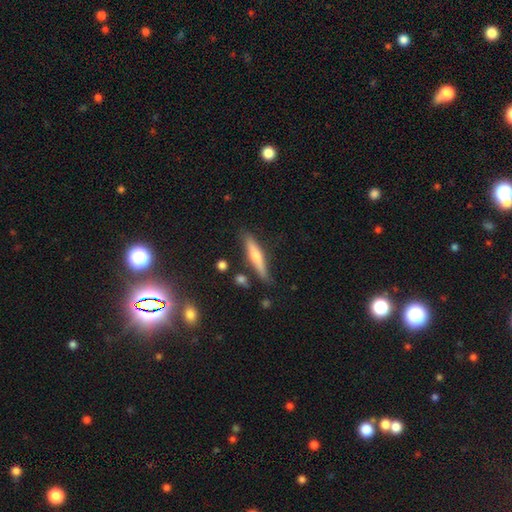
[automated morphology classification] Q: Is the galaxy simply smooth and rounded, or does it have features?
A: smooth — 49%.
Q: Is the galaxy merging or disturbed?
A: none — 80%.